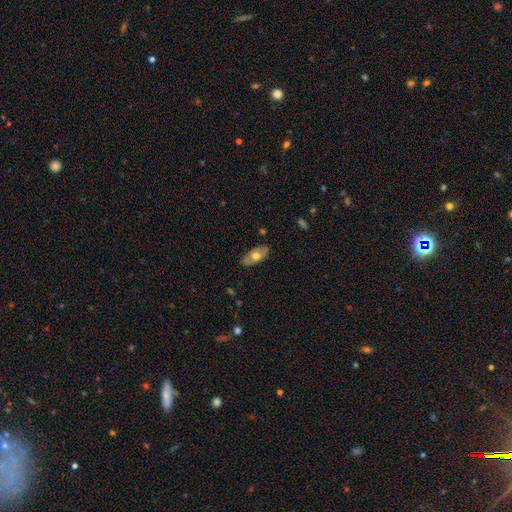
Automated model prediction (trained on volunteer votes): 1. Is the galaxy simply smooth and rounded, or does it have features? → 54% smooth, 40% featured or disk, 6% star or artifact.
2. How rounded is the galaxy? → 91% in between, 5% round, 4% cigar-shaped.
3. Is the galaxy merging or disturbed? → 82% none, 14% minor disturbance, 3% major disturbance, 1% merger.